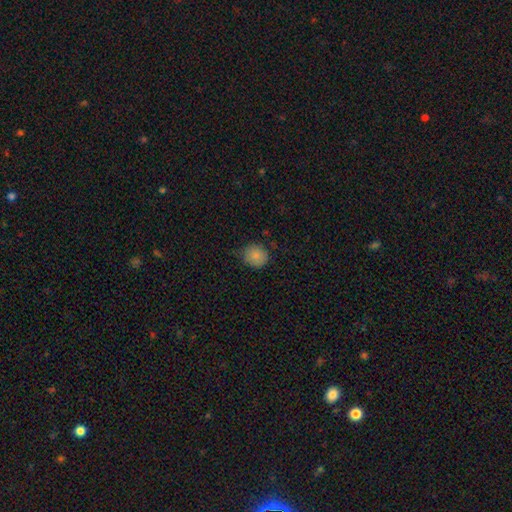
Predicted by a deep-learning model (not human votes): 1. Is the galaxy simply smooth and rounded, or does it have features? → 84% smooth, 9% star or artifact, 7% featured or disk.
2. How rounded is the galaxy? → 85% round, 14% in between, 1% cigar-shaped.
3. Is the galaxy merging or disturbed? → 74% none, 21% minor disturbance, 4% major disturbance, 1% merger.